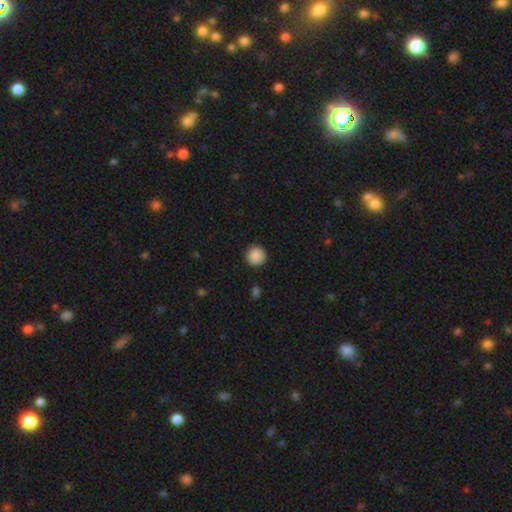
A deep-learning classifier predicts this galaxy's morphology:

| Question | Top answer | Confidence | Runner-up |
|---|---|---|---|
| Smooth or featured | smooth | 89% | star or artifact (8%) |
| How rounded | round | 93% | in between (6%) |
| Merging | none | 90% | minor disturbance (7%) |